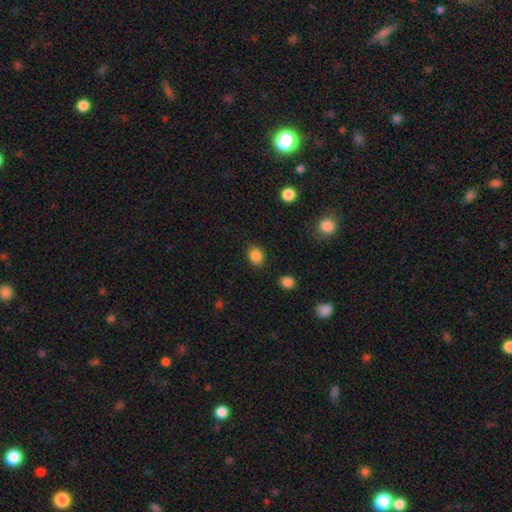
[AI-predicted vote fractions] Smooth or featured?
  - smooth: 86% *
  - star or artifact: 10%
  - featured or disk: 4%
How rounded?
  - round: 50% *
  - in between: 49%
  - cigar-shaped: 1%
Merging?
  - none: 84% *
  - minor disturbance: 11%
  - major disturbance: 3%
  - merger: 2%